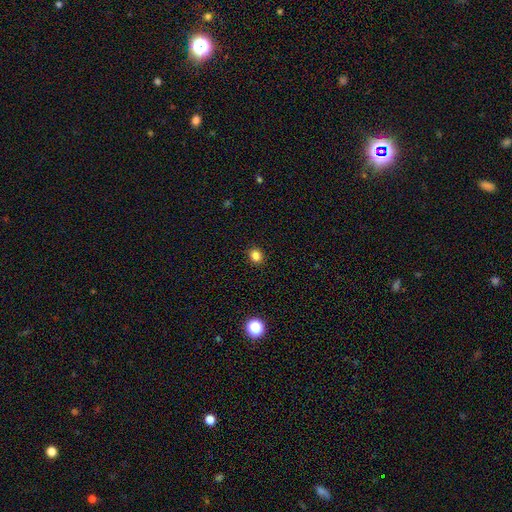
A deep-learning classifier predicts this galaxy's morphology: smooth 84%, star or artifact 13%, featured or disk 4%. Down the decision tree: how rounded — round (78%); merging — none (91%).